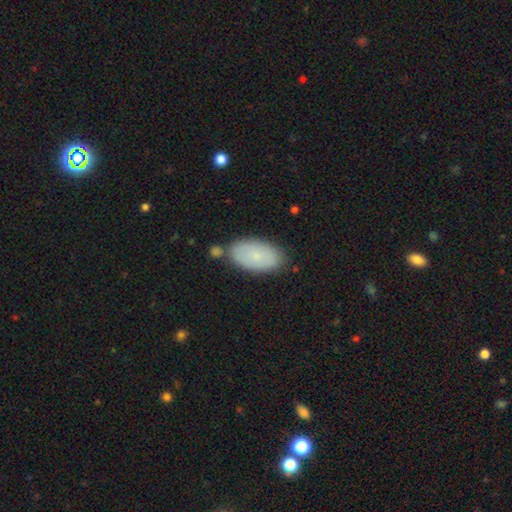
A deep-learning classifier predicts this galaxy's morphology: Smooth or featured?
  - smooth: 77% *
  - featured or disk: 16%
  - star or artifact: 7%
How rounded?
  - in between: 95% *
  - round: 3%
  - cigar-shaped: 2%
Merging?
  - none: 75% *
  - minor disturbance: 15%
  - merger: 6%
  - major disturbance: 3%